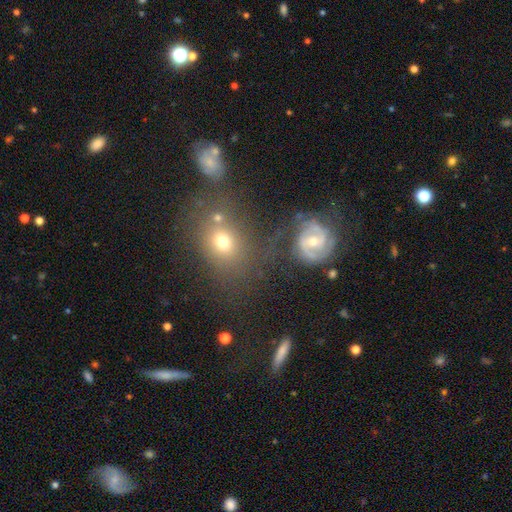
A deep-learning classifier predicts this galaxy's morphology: Q: Smooth or featured?
A: smooth (43%); runner-up: star or artifact (36%)
Q: Merging?
A: none (66%); runner-up: merger (15%)